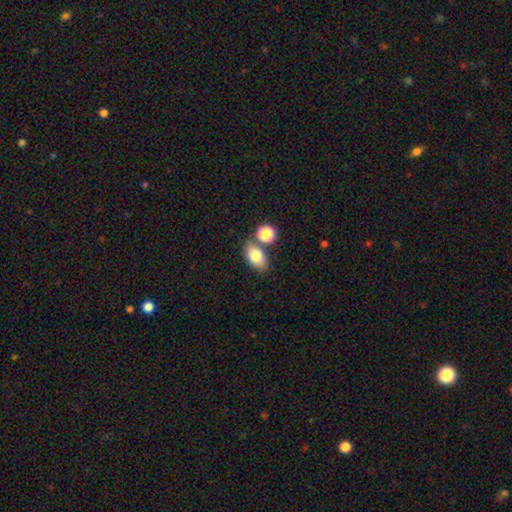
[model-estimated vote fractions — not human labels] This is likely a smooth galaxy (79%). How rounded: clearly in between (86%). Merging: likely none (69%).